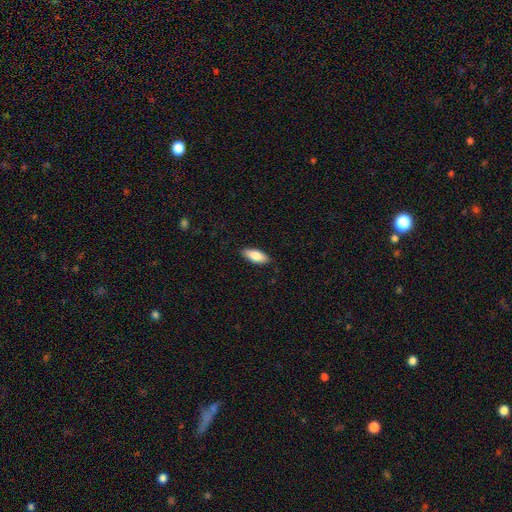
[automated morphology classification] type=smooth (83%); roundness=in between (83%); merging=none (88%).